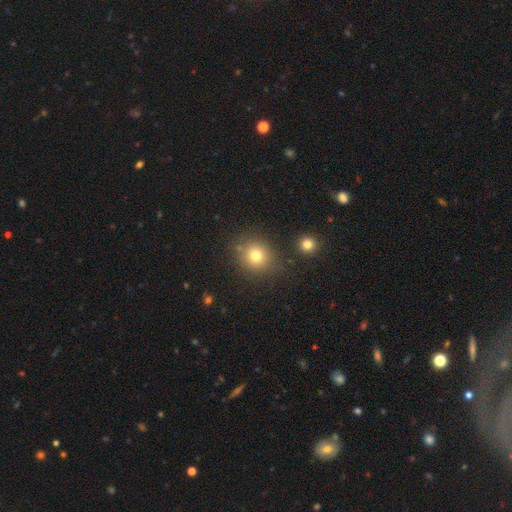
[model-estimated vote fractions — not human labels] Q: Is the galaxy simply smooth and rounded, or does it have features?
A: smooth — 77%.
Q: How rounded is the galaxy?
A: round — 86%.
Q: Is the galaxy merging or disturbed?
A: none — 79%.